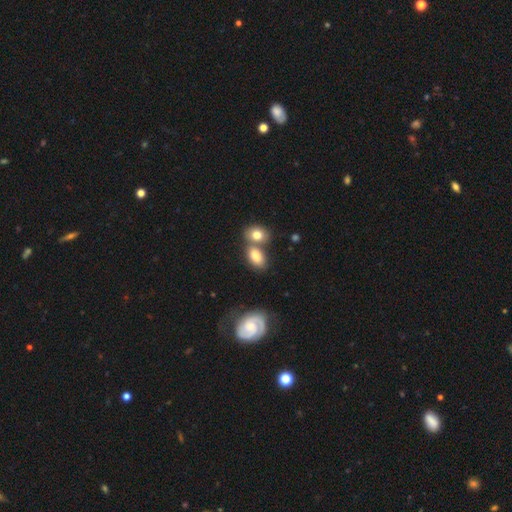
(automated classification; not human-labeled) This appears to be a smooth galaxy with no disk features (74%) that is in between round and cigar-shaped (84%). Merging: none (44%).